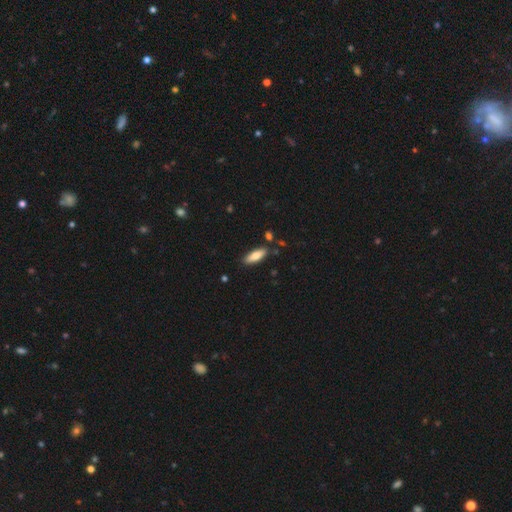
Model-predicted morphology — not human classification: The model was most divided on "how rounded": in between: 55%, cigar-shaped: 43%, round: 2%. More confident: merging — none (85%); smooth or featured — smooth (79%).